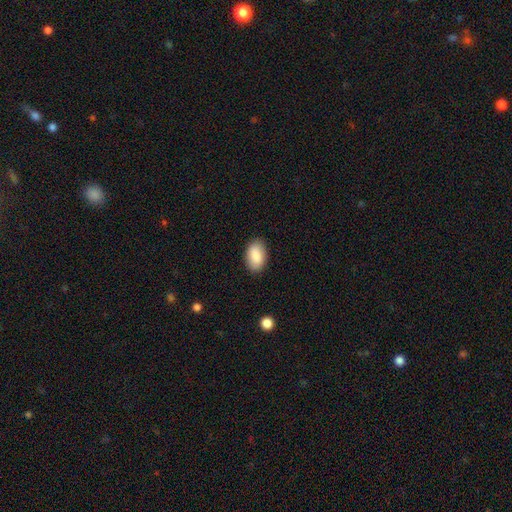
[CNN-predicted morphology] Smooth or featured? smooth (87%)
How rounded? in between (93%)
Merging? none (87%)